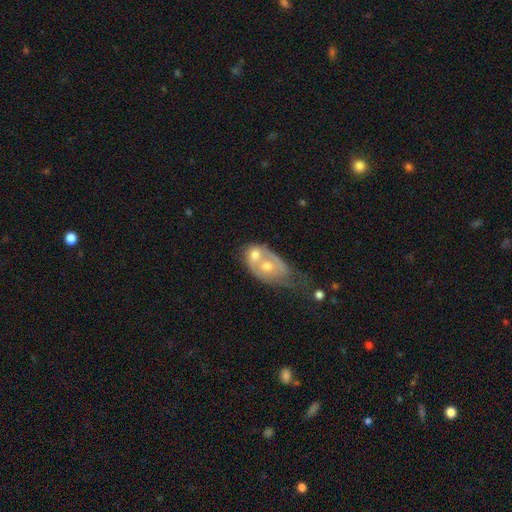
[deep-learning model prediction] Q: Smooth or featured?
A: featured or disk (57%); runner-up: smooth (36%)
Q: Edge-on disk?
A: no (94%); runner-up: yes (6%)
Q: Bar?
A: no (85%); runner-up: weak (12%)
Q: Spiral arms?
A: no (63%); runner-up: yes (37%)
Q: Bulge size?
A: moderate (67%); runner-up: small (21%)
Q: Merging?
A: merger (65%); runner-up: none (13%)